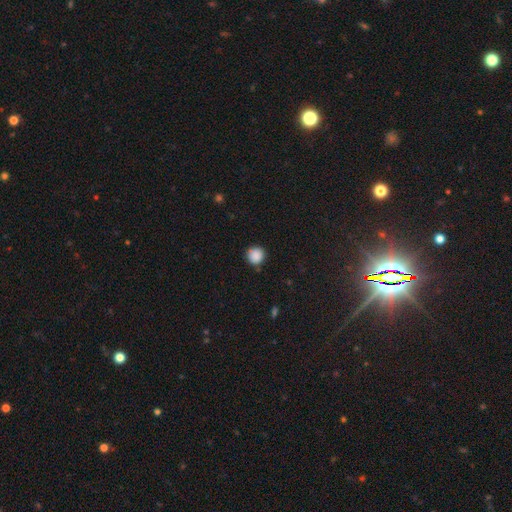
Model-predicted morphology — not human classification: Overall: smooth (87%). How rounded: round (93%). Merging: none (86%).